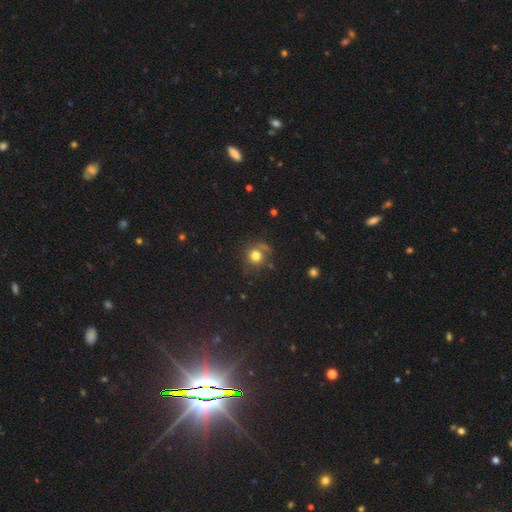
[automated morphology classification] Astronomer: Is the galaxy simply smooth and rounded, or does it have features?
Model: smooth — 76%.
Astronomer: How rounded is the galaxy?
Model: round — 87%.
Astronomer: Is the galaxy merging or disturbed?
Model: none — 68%.